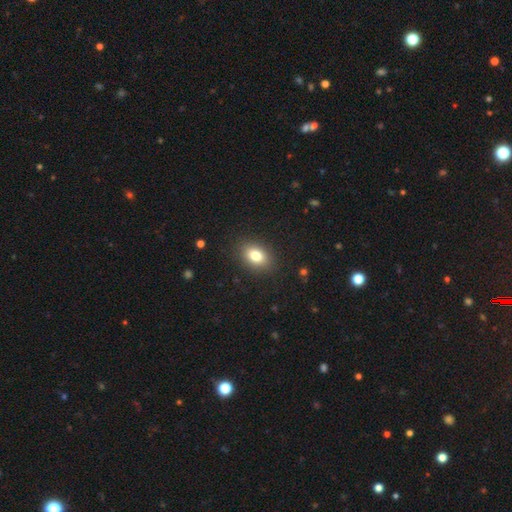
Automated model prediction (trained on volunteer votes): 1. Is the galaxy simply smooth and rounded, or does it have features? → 80% smooth, 10% star or artifact, 10% featured or disk.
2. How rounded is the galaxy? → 77% in between, 22% round, 1% cigar-shaped.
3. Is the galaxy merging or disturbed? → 88% none, 9% minor disturbance, 3% major disturbance, 1% merger.